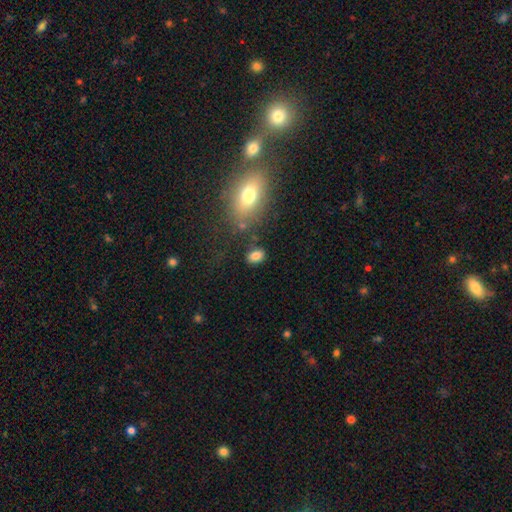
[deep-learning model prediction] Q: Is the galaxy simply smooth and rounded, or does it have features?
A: smooth — 82%.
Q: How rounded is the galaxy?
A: in between — 80%.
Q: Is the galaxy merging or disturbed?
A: none — 78%.